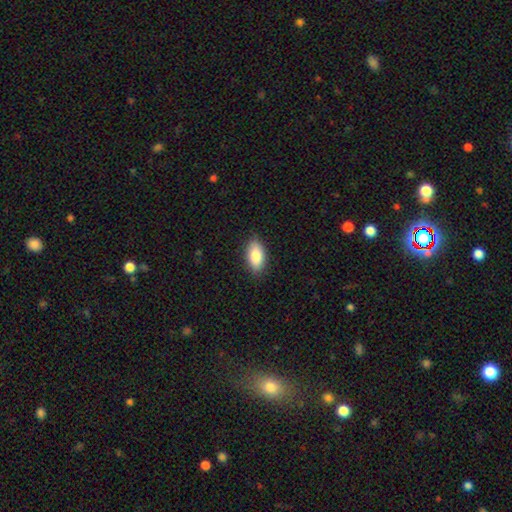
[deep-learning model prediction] This is clearly a smooth galaxy (84%). How rounded: clearly in between (91%). Merging: clearly none (86%).